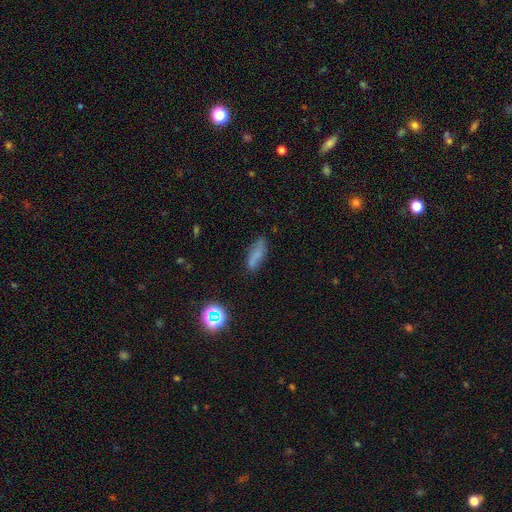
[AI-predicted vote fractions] Smooth or featured? smooth (68%)
How rounded? in between (53%)
Merging? none (65%)